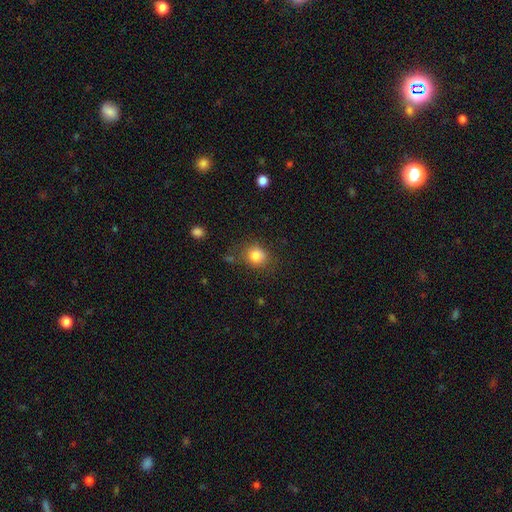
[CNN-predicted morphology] A smooth galaxy with no disk features (83%) that is round (76%). Merging: none (75%).